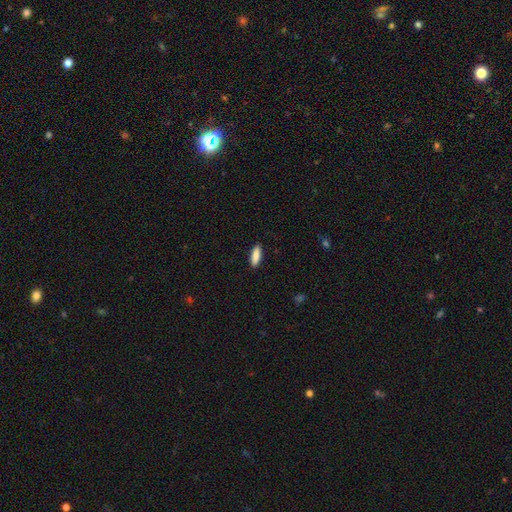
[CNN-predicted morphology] The model was most divided on "how rounded": cigar-shaped: 55%, in between: 43%, round: 2%. More confident: merging — none (89%); smooth or featured — smooth (87%).